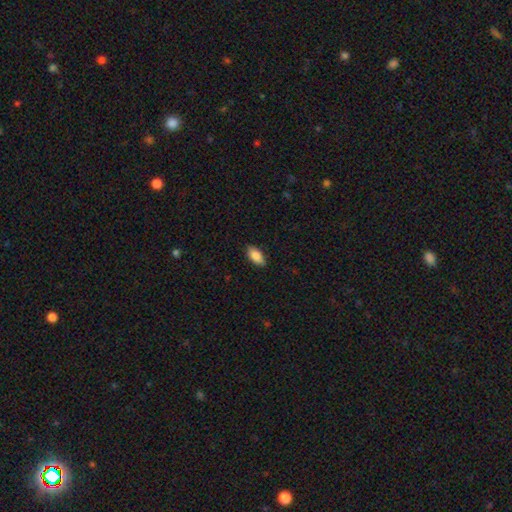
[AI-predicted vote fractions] smooth 86%, featured or disk 8%, star or artifact 7%. Down the decision tree: how rounded — in between (92%); merging — none (87%).